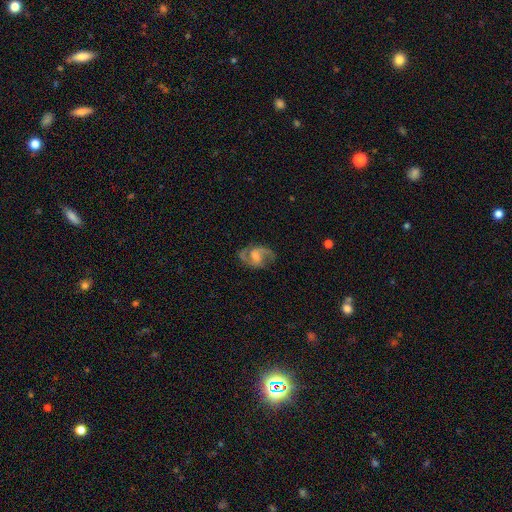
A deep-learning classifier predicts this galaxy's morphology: Smooth or featured?
  - featured or disk: 87% *
  - smooth: 7%
  - star or artifact: 6%
Edge-on disk?
  - no: 98% *
  - yes: 2%
Bar?
  - weak: 55% *
  - no: 29%
  - strong: 16%
Spiral arms?
  - yes: 97% *
  - no: 3%
Spiral winding?
  - medium: 60% *
  - loose: 24%
  - tight: 16%
Spiral arm count?
  - 2: 92% *
  - can't tell: 3%
  - 3: 2%
  - 1: 2%
  - 4: 1%
  - more than 4: 1%
Bulge size?
  - moderate: 39% * (tied)
  - small: 39% * (tied)
  - none: 15%
  - large: 6%
  - dominant: 1%
Merging?
  - none: 78% *
  - minor disturbance: 14%
  - major disturbance: 6%
  - merger: 1%